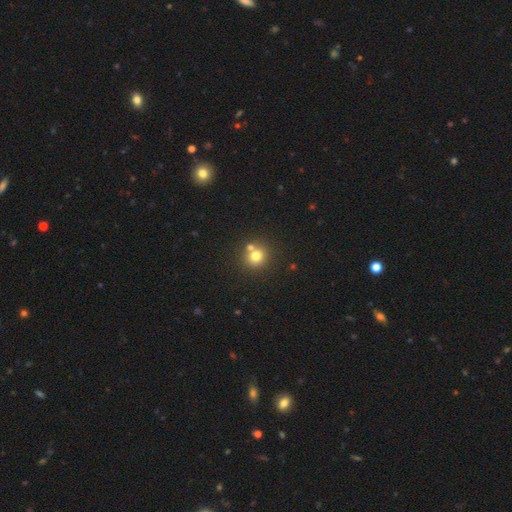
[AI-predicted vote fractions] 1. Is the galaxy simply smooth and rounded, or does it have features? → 75% smooth, 15% star or artifact, 10% featured or disk.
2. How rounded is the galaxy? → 89% round, 10% in between, 1% cigar-shaped.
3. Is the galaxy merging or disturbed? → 66% none, 23% merger, 8% minor disturbance, 3% major disturbance.